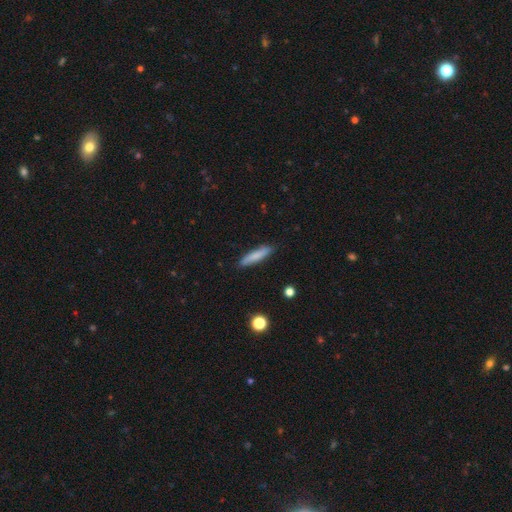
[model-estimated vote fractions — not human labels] smooth_or_featured: smooth (p=0.78) [alt: featured or disk p=0.16]
how_rounded: cigar-shaped (p=0.85) [alt: in between p=0.14]
merging: none (p=0.86) [alt: minor disturbance p=0.10]